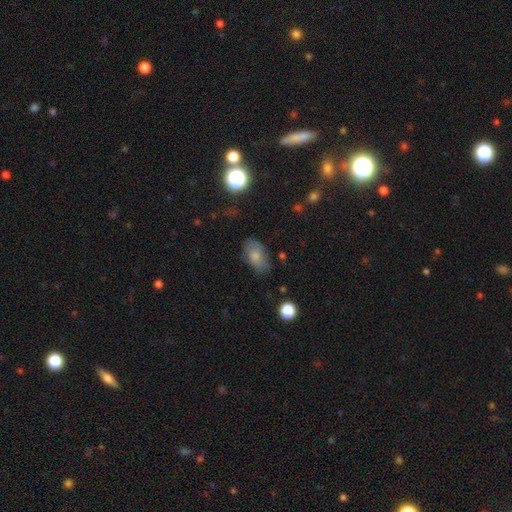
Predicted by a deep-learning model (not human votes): Smooth or featured? smooth (75%)
How rounded? in between (90%)
Merging? none (71%)